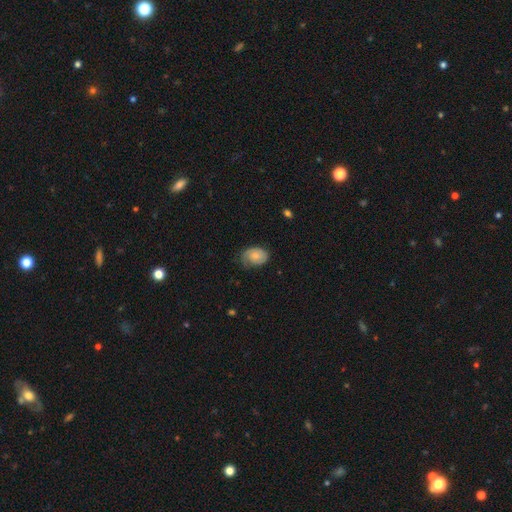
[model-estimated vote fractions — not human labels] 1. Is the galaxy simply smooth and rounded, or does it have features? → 49% smooth, 44% featured or disk, 7% star or artifact.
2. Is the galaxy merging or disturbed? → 55% none, 31% minor disturbance, 13% major disturbance, 1% merger.